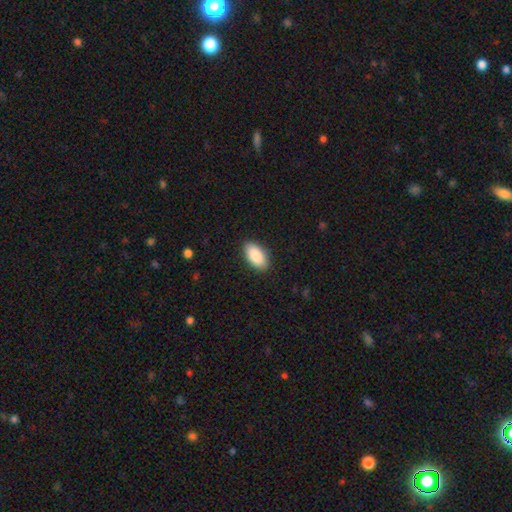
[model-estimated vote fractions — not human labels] smooth 89%, star or artifact 6%, featured or disk 5%. Down the decision tree: how rounded — in between (95%); merging — none (89%).